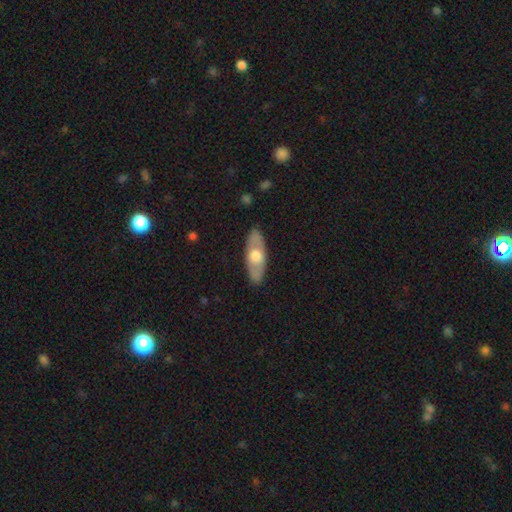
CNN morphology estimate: This appears to be a featured or disk galaxy (49%). Merging: none (87%).